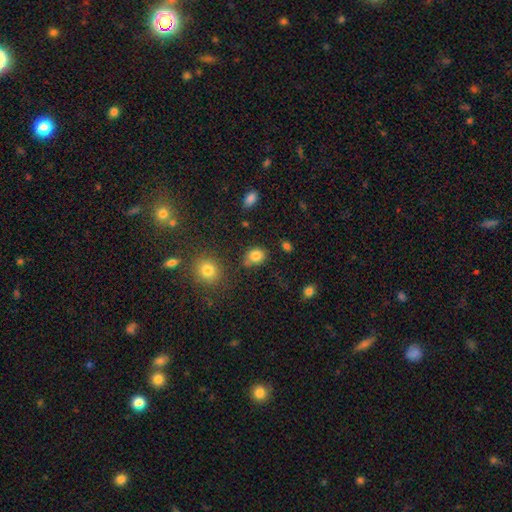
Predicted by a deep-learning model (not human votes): Overall: smooth (82%). How rounded: in between (50%; round 49%). Merging: none (66%).